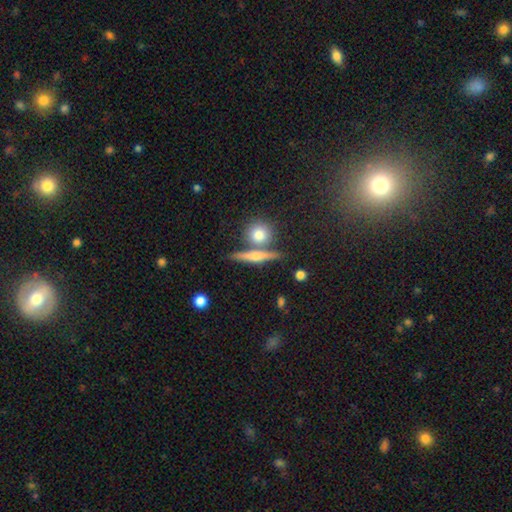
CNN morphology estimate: The model was most divided on "smooth or featured": featured or disk: 50%, smooth: 40%, star or artifact: 9%. More confident: edge-on disk — yes (93%); merging — none (73%).